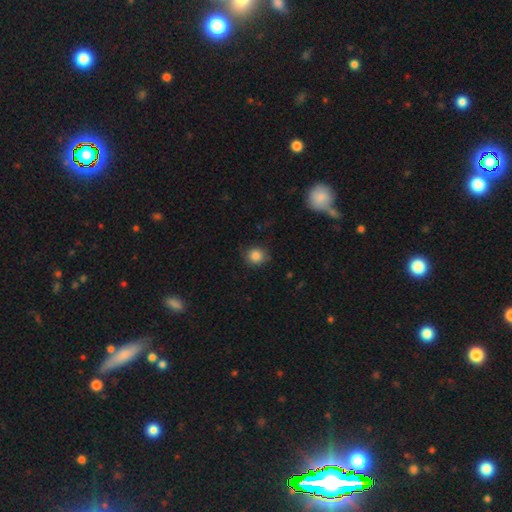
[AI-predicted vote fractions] Smooth or featured? Predicted: smooth (p=0.84). How rounded? Predicted: round (p=0.84). Merging? Predicted: none (p=0.80).